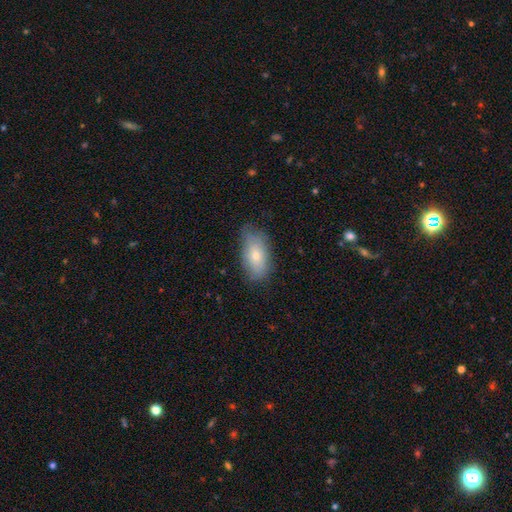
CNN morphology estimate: Smooth or featured?
  - smooth: 71% *
  - featured or disk: 22%
  - star or artifact: 7%
How rounded?
  - in between: 90% *
  - cigar-shaped: 6%
  - round: 4%
Merging?
  - none: 72% *
  - minor disturbance: 22%
  - major disturbance: 4%
  - merger: 1%